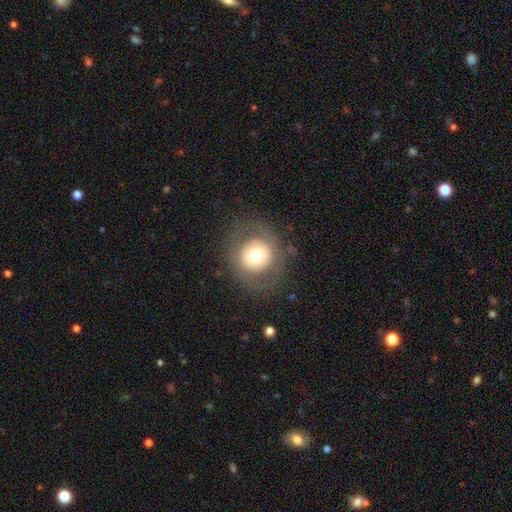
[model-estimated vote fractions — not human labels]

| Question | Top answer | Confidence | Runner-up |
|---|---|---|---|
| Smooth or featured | smooth | 60% | featured or disk (30%) |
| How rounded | round | 91% | in between (8%) |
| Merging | none | 81% | minor disturbance (10%) |